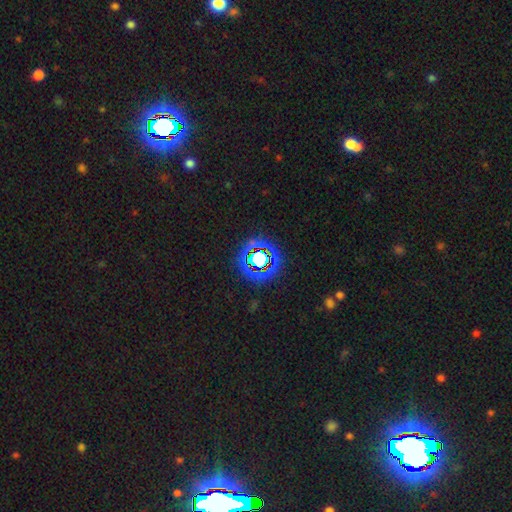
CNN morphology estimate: smooth_or_featured: star or artifact (p=0.75) [alt: smooth p=0.16]